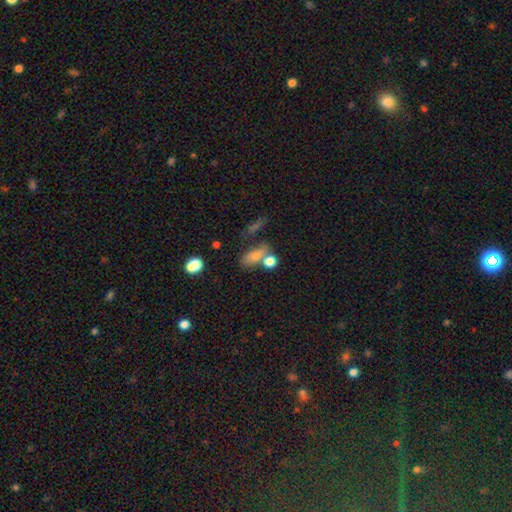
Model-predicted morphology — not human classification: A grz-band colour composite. It shows a smooth galaxy with no disk features (74%) that is in between round and cigar-shaped (70%). Merging: none (47%).